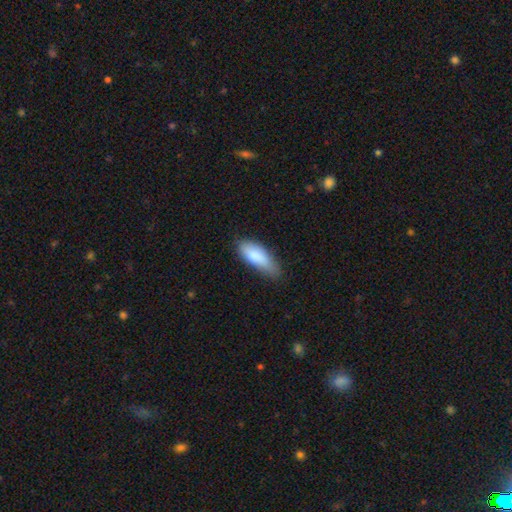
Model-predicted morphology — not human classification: The model was most divided on "merging": none: 59%, minor disturbance: 34%, major disturbance: 6%, merger: 2%. More confident: smooth or featured — smooth (85%); how rounded — in between (73%).